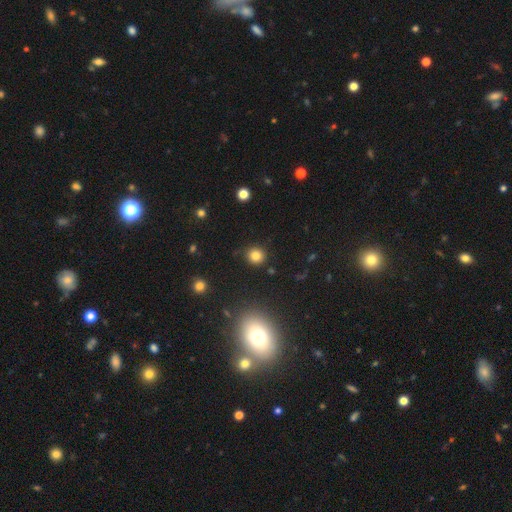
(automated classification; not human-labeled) The model was most divided on "smooth or featured": smooth: 81%, star or artifact: 13%, featured or disk: 6%. More confident: how rounded — round (90%); merging — none (89%).